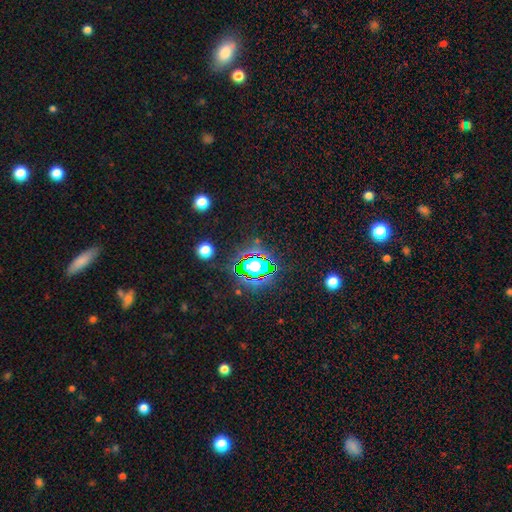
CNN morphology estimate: Smooth or featured?
  - star or artifact: 80% *
  - smooth: 12%
  - featured or disk: 8%